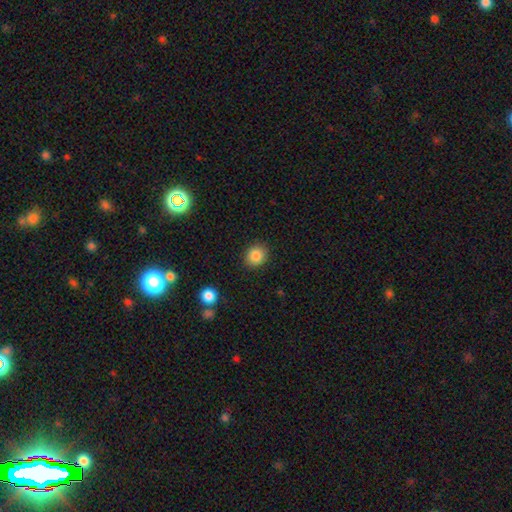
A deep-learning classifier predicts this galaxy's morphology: This is clearly a smooth galaxy (86%). How rounded: likely round (75%). Merging: clearly none (89%).